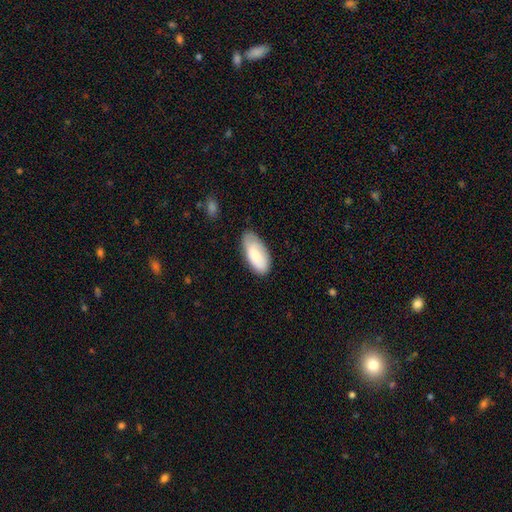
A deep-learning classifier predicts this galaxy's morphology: This is clearly a smooth galaxy (81%). How rounded: clearly in between (92%). Merging: likely none (73%).